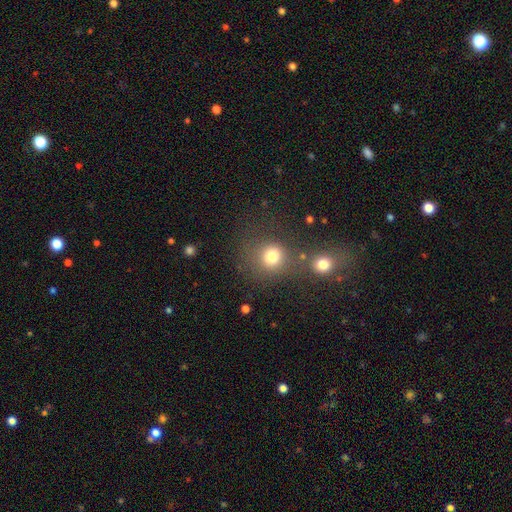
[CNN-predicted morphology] This is likely a smooth galaxy (69%). How rounded: clearly round (85%). Merging: possibly none (46%).